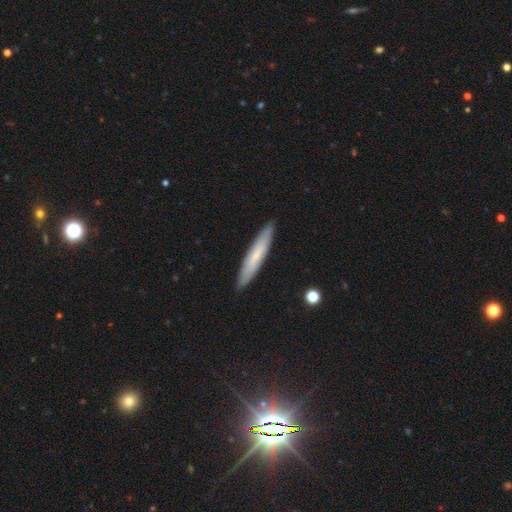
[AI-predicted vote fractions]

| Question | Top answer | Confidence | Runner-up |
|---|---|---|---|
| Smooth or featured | smooth | 62% | featured or disk (31%) |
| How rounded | cigar-shaped | 90% | in between (8%) |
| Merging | none | 90% | minor disturbance (8%) |